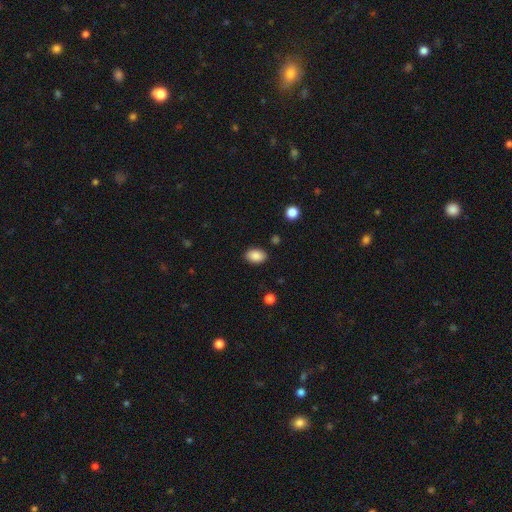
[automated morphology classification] A smooth galaxy with no disk features (88%) that is in between round and cigar-shaped (86%). Merging: none (87%).